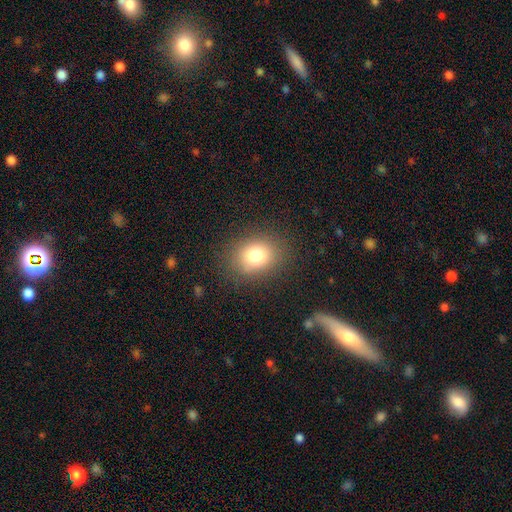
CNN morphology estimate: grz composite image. It shows a smooth galaxy with no disk features (79%) that is round (60%). Merging: none (85%).